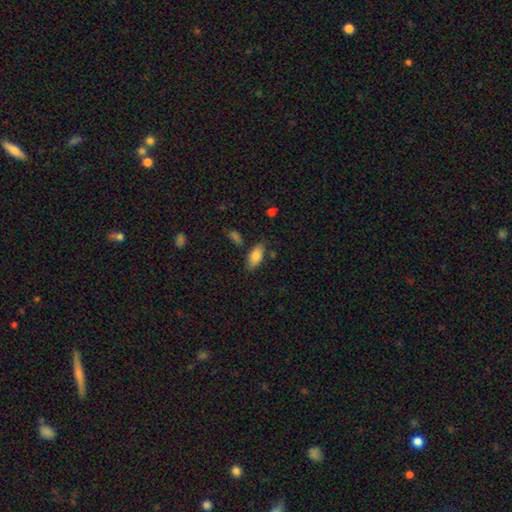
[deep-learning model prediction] The model was most divided on "merging": none: 77%, minor disturbance: 15%, merger: 5%, major disturbance: 3%. More confident: how rounded — in between (90%); smooth or featured — smooth (82%).